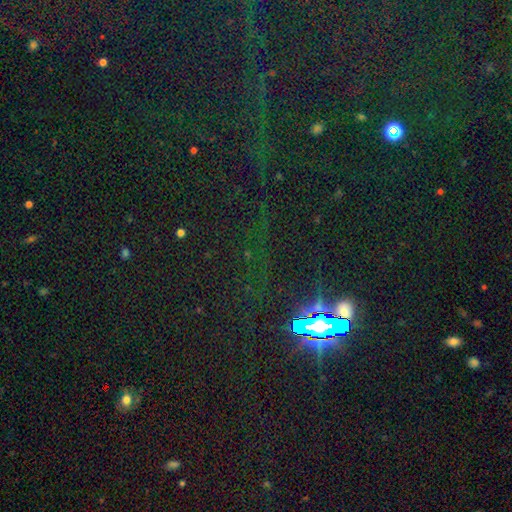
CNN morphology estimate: The model was most divided on "smooth or featured": star or artifact: 83%, smooth: 10%, featured or disk: 7%.